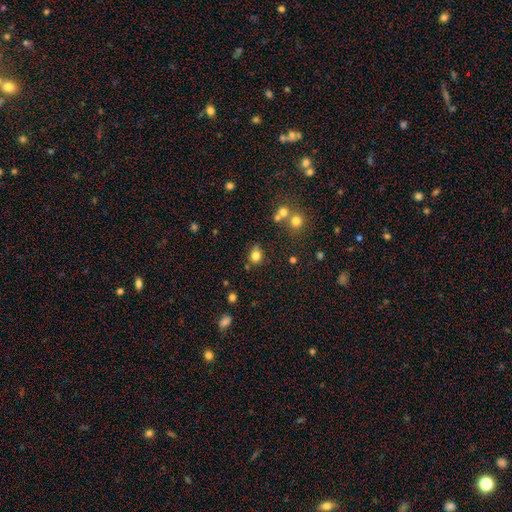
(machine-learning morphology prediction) type=smooth (80%); roundness=round (71%); merging=none (74%).